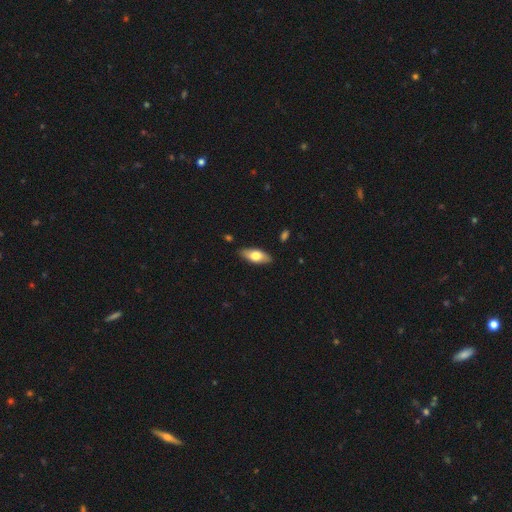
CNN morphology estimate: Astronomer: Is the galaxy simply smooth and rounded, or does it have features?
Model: smooth — 68%.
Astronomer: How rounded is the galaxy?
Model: in between — 81%.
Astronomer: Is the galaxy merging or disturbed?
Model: none — 87%.